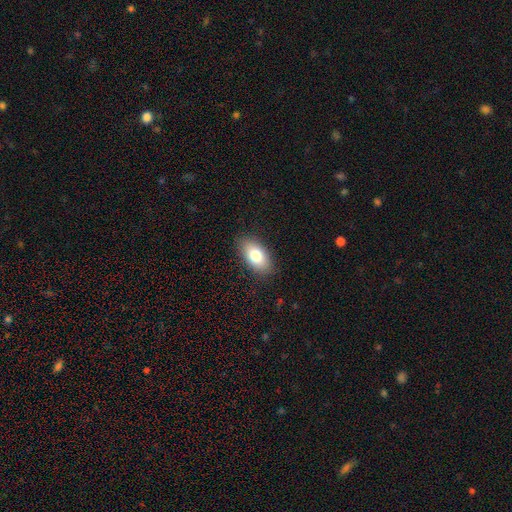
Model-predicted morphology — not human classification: Smooth or featured? smooth (79%)
How rounded? in between (93%)
Merging? none (87%)